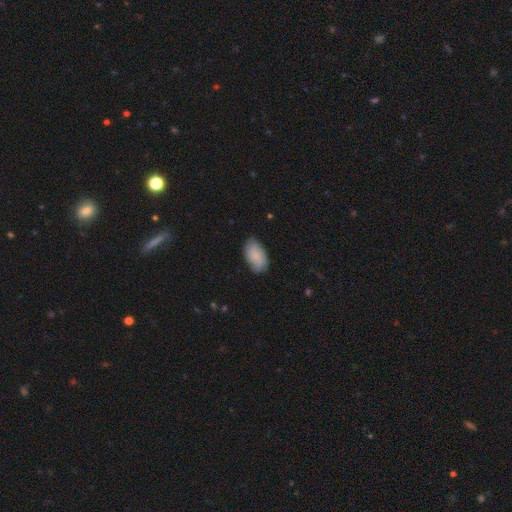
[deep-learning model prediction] The model was most divided on "merging": none: 77%, minor disturbance: 19%, major disturbance: 3%, merger: 1%. More confident: how rounded — in between (95%); smooth or featured — smooth (80%).